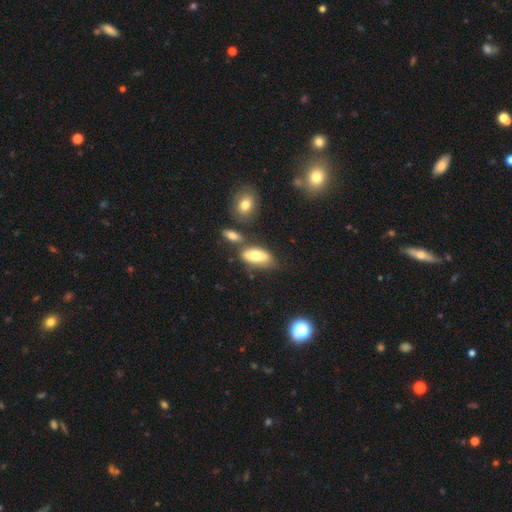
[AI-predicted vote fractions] A smooth galaxy with no disk features (72%) that is in between round and cigar-shaped (88%). Merging: none (57%).